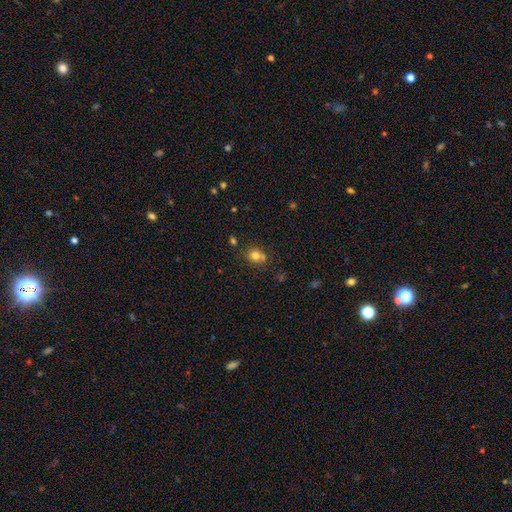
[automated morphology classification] Q: Smooth or featured?
A: smooth (76%); runner-up: star or artifact (15%)
Q: How rounded?
A: round (70%); runner-up: in between (29%)
Q: Merging?
A: none (58%); runner-up: merger (25%)